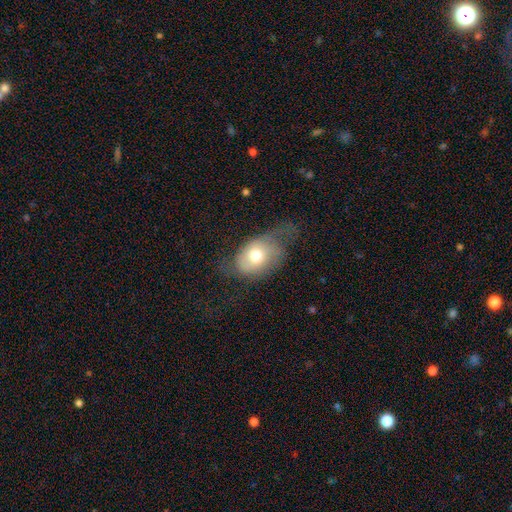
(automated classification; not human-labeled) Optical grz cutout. It shows a smooth galaxy with no disk features (58%) that is in between round and cigar-shaped (78%). Merging: major disturbance (34%, tied with none).